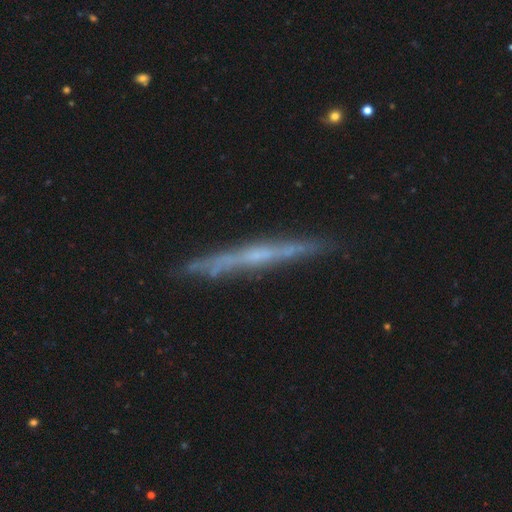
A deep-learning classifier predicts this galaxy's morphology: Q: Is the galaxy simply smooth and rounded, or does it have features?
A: featured or disk — 70%.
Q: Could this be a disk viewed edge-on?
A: yes — 95%.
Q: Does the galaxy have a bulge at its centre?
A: none — 63%.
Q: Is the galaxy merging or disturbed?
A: none — 84%.